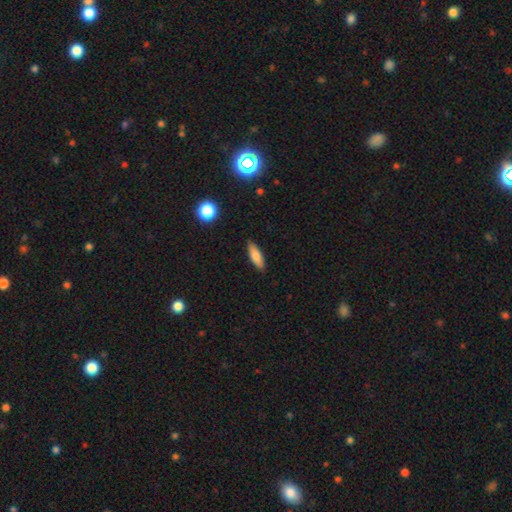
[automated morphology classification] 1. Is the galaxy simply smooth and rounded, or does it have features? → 75% smooth, 18% featured or disk, 7% star or artifact.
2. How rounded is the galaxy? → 49% in between (tied), 49% cigar-shaped (tied), 3% round.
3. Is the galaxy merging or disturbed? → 88% none, 9% minor disturbance, 2% major disturbance, 1% merger.